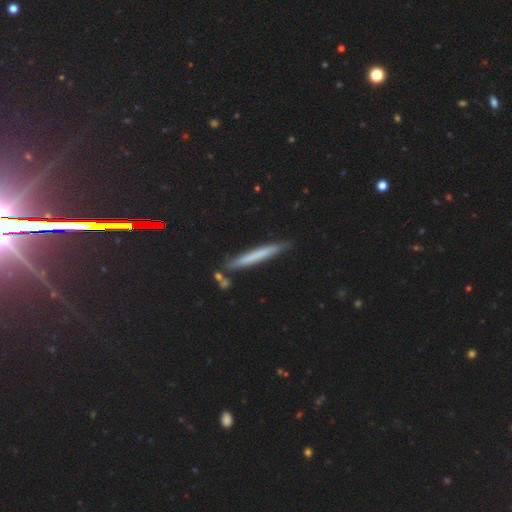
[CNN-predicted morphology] Smooth or featured: smooth — 57% (featured or disk — 34%)
How rounded: cigar-shaped — 96% (in between — 2%)
Merging: none — 82% (minor disturbance — 11%)